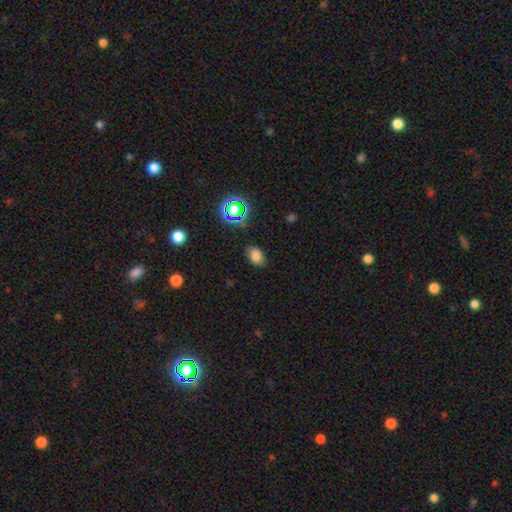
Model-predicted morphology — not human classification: Q: Smooth or featured?
A: smooth (75%); runner-up: star or artifact (18%)
Q: How rounded?
A: in between (78%); runner-up: round (21%)
Q: Merging?
A: none (80%); runner-up: minor disturbance (15%)